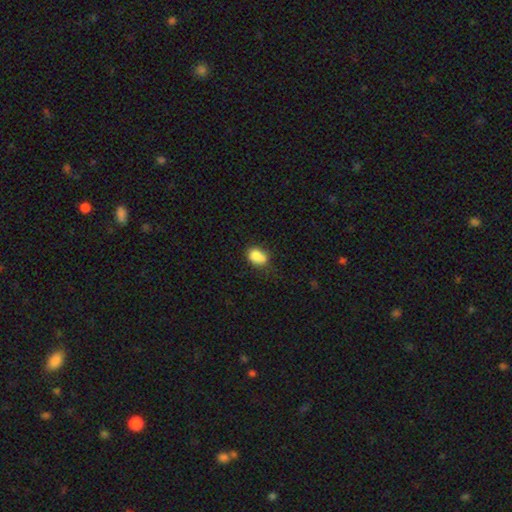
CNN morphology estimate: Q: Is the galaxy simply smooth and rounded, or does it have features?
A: smooth — 82%.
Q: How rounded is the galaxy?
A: in between — 68%.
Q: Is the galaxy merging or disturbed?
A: none — 52%.